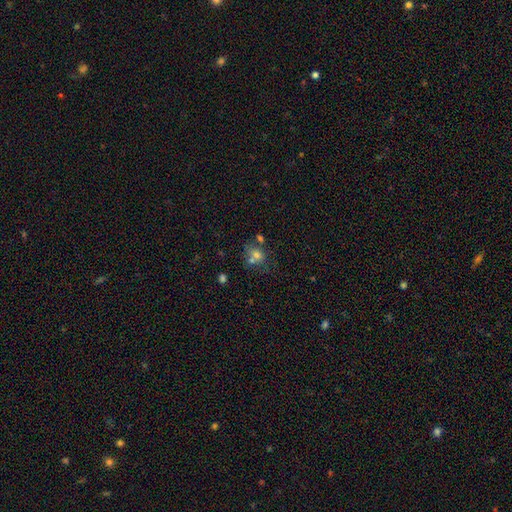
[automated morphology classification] type=smooth (66%); roundness=round (60%); merging=none (40%).